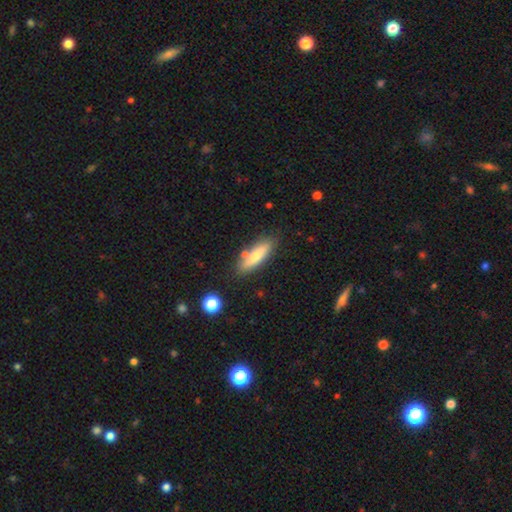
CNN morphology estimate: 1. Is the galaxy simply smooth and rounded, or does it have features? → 69% smooth, 25% featured or disk, 7% star or artifact.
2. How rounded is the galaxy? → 60% cigar-shaped, 38% in between, 2% round.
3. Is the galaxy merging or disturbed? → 77% none, 13% minor disturbance, 7% merger, 3% major disturbance.